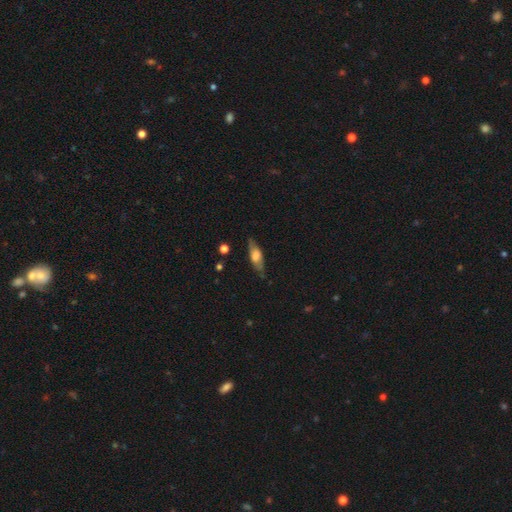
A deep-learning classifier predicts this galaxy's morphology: A smooth galaxy with no disk features (49%). Merging: none (70%).